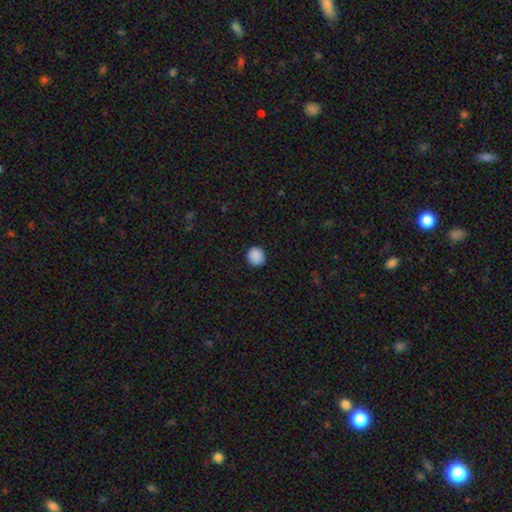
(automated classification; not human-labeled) Smooth or featured? smooth (89%)
How rounded? round (90%)
Merging? none (92%)